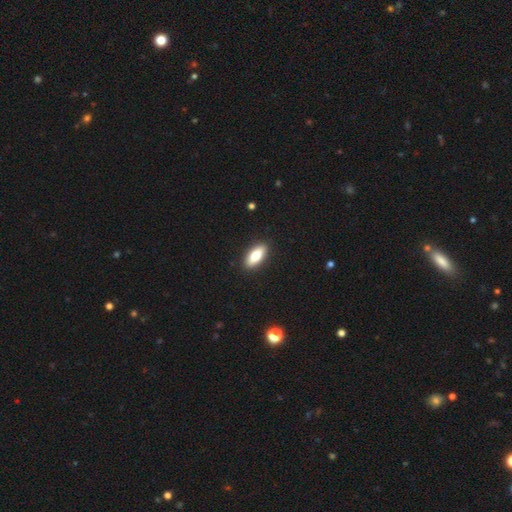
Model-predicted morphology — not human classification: A smooth galaxy with no disk features (74%) that is in between round and cigar-shaped (75%).

Vote fractions:
- Smooth or featured? smooth: 74% / featured or disk: 19% / star or artifact: 6%
- How rounded? in between: 75% / cigar-shaped: 22% / round: 3%
- Merging? none: 90% / minor disturbance: 7% / major disturbance: 2% / merger: 1%